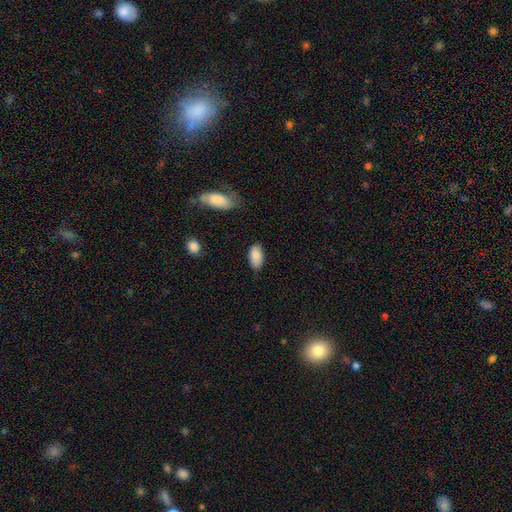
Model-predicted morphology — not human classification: Smooth or featured: smooth — 88% (star or artifact — 7%)
How rounded: in between — 93% (cigar-shaped — 4%)
Merging: none — 79% (minor disturbance — 16%)